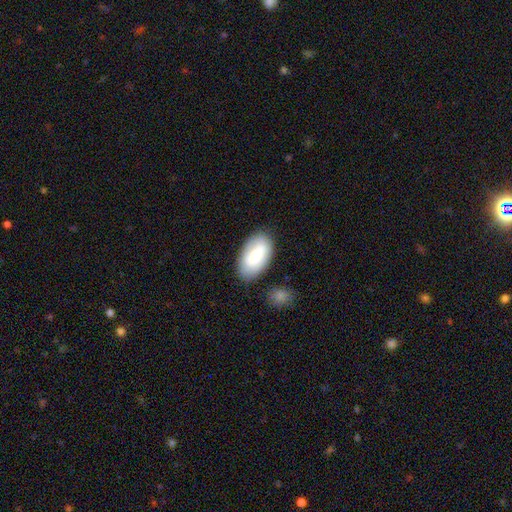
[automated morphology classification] This appears to be a smooth galaxy with no disk features (64%) that is in between round and cigar-shaped (94%). Merging: none (80%).